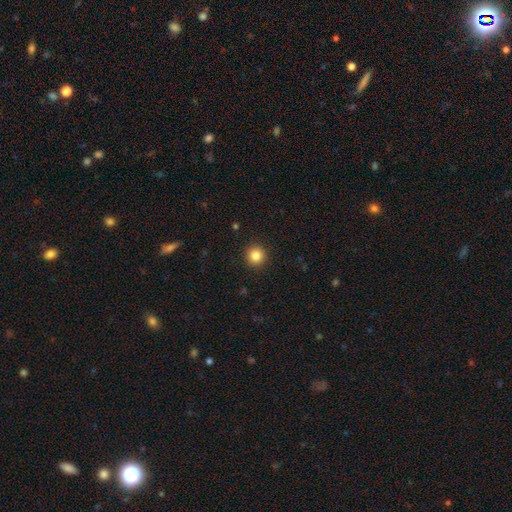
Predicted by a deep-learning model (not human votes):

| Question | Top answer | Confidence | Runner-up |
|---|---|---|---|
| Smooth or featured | smooth | 85% | star or artifact (11%) |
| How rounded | round | 94% | in between (5%) |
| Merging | none | 93% | minor disturbance (5%) |